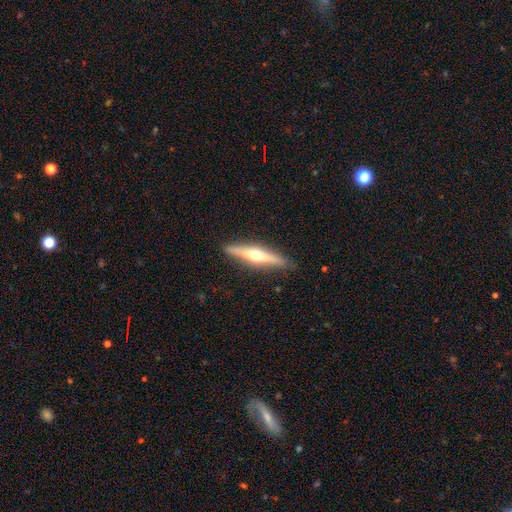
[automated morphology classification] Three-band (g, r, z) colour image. It shows a featured or disk galaxy (61%) viewed edge-on (95%) with a rounded central bulge (92%). Merging: none (87%).